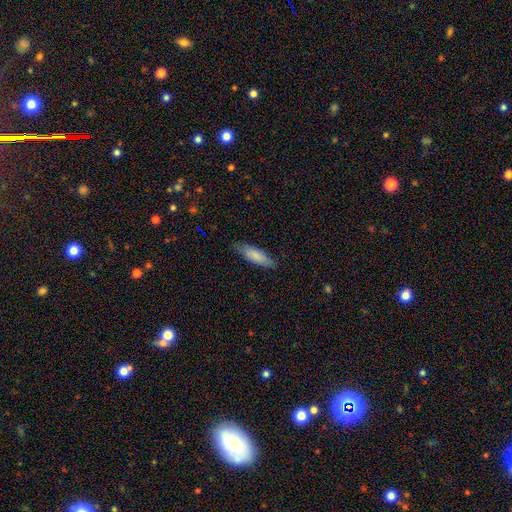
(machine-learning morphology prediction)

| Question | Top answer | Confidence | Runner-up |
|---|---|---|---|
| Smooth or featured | smooth | 83% | featured or disk (12%) |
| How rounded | in between | 50% | cigar-shaped (49%) |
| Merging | none | 80% | minor disturbance (16%) |